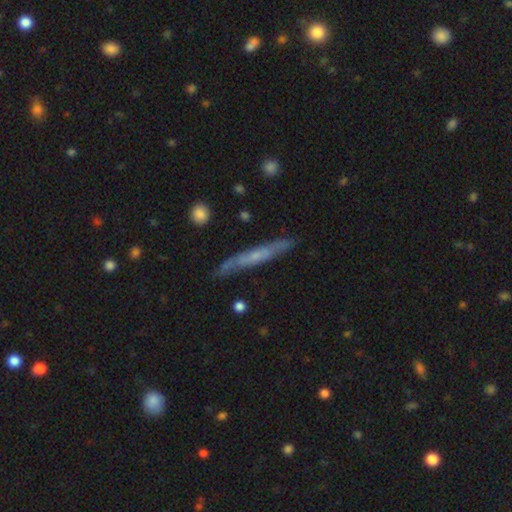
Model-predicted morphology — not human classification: Q: Smooth or featured?
A: featured or disk (55%); runner-up: smooth (39%)
Q: Edge-on disk?
A: yes (87%); runner-up: no (13%)
Q: Merging?
A: none (79%); runner-up: minor disturbance (16%)